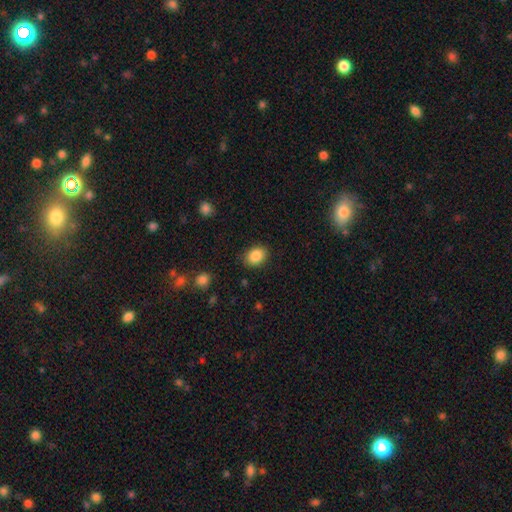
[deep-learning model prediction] The model was most divided on "how rounded": in between: 59%, round: 40%, cigar-shaped: 1%. More confident: smooth or featured — smooth (86%); merging — none (86%).